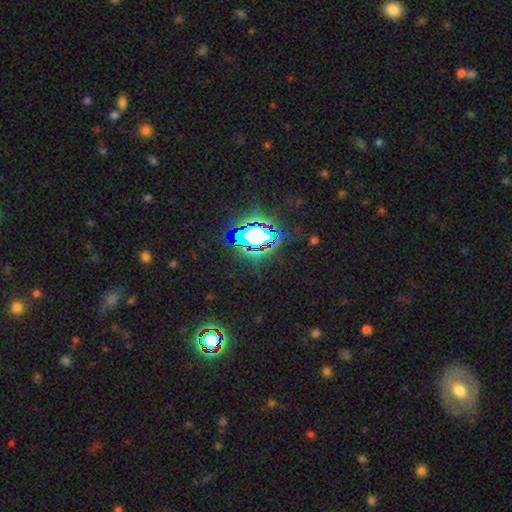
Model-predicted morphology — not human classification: This is clearly a star or artifact rather than a galaxy (81%).